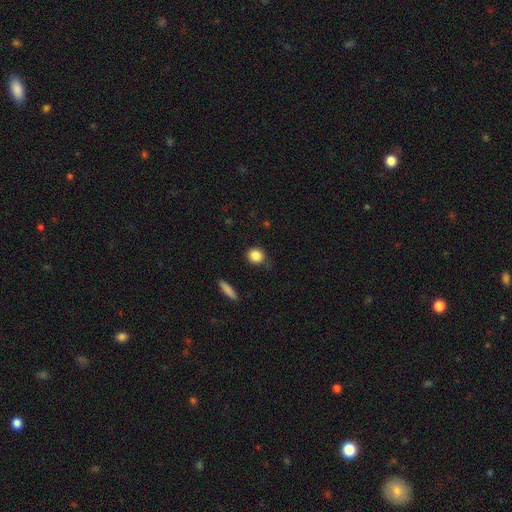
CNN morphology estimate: The model was most divided on "merging": none: 77%, minor disturbance: 17%, major disturbance: 4%, merger: 2%. More confident: smooth or featured — smooth (86%); how rounded — round (83%).